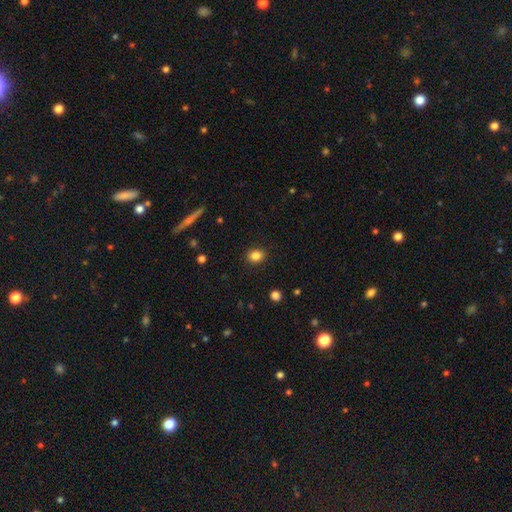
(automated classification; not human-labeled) This appears to be a smooth galaxy with no disk features (85%) that is round (53%). Merging: none (90%).